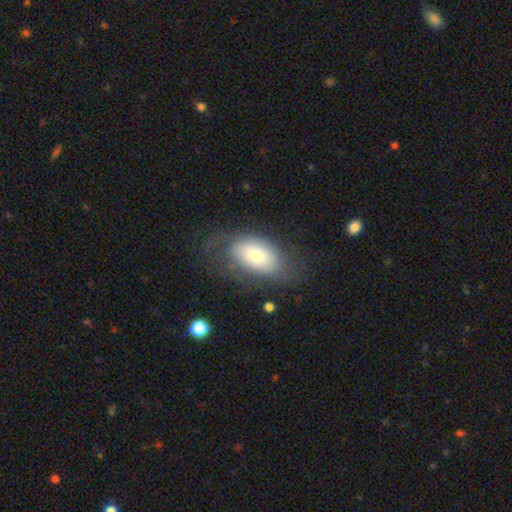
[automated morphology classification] smooth-or-featured: smooth: 60% | featured or disk: 32% | star or artifact: 8%
  how-rounded: in between: 89% | round: 9% | cigar-shaped: 2%
  merging: none: 58% | minor disturbance: 22% | major disturbance: 18% | merger: 2%